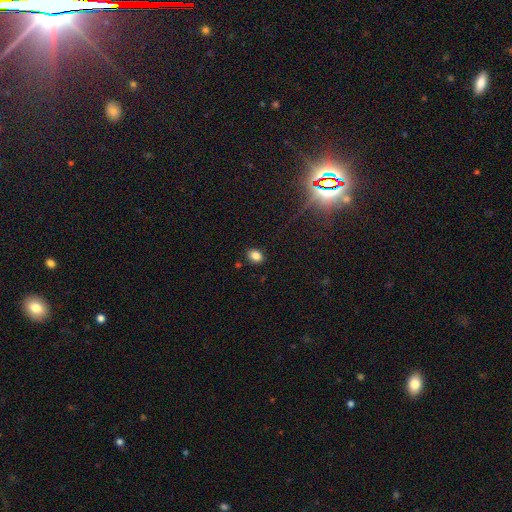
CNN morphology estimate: This is clearly a smooth galaxy (83%). How rounded: likely in between (66%). Merging: clearly none (86%).